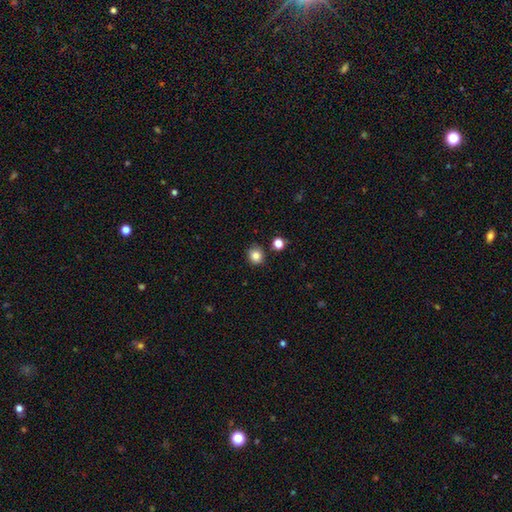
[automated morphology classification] smooth 84%, star or artifact 11%, featured or disk 5%. Down the decision tree: how rounded — round (84%); merging — none (85%).